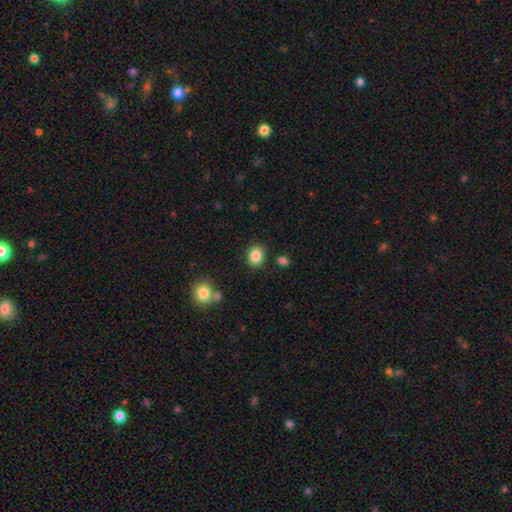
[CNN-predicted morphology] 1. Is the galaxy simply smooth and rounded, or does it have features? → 85% smooth, 9% star or artifact, 5% featured or disk.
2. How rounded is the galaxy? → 50% in between, 49% round, 1% cigar-shaped.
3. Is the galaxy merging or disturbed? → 85% none, 9% minor disturbance, 3% merger, 3% major disturbance.